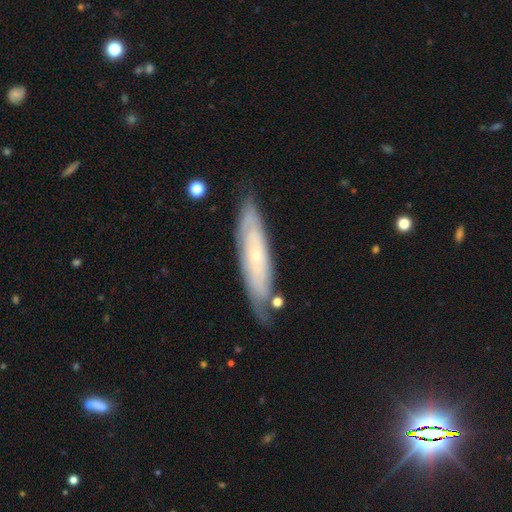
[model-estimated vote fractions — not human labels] smooth_or_featured: featured or disk (p=0.63) [alt: smooth p=0.30]
disk_edge_on: no (p=0.60) [alt: yes p=0.40]
merging: none (p=0.76) [alt: minor disturbance p=0.17]